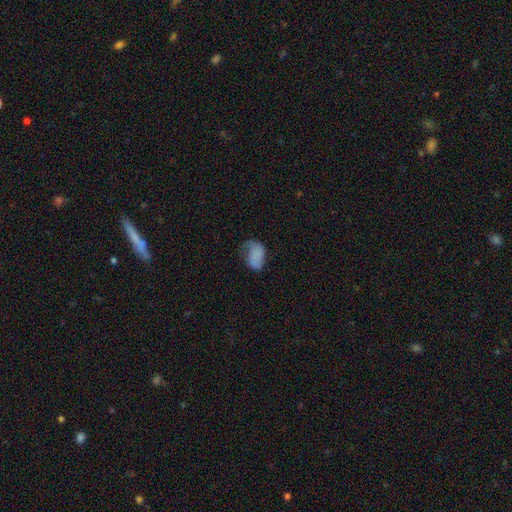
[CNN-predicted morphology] type=smooth (69%); roundness=in between (87%); merging=none (36%).